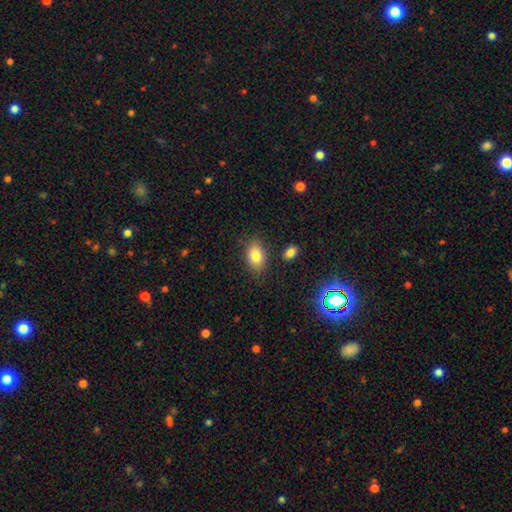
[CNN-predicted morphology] smooth 82%, featured or disk 9%, star or artifact 9%. Down the decision tree: how rounded — in between (84%); merging — none (81%).